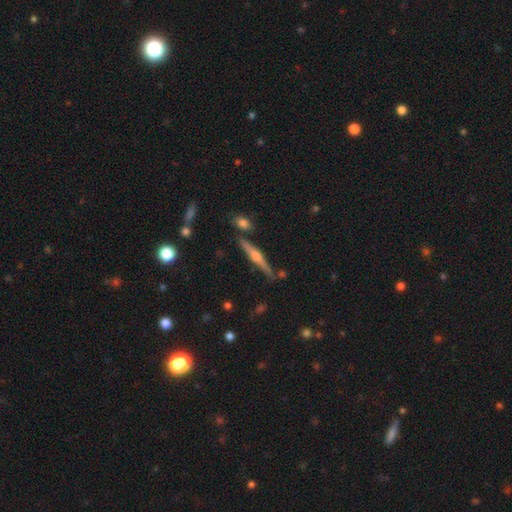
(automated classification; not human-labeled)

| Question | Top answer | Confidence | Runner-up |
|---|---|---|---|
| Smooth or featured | featured or disk | 74% | smooth (19%) |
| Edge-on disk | yes | 98% | no (2%) |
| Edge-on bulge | rounded | 85% | boxy (9%) |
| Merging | none | 84% | minor disturbance (9%) |